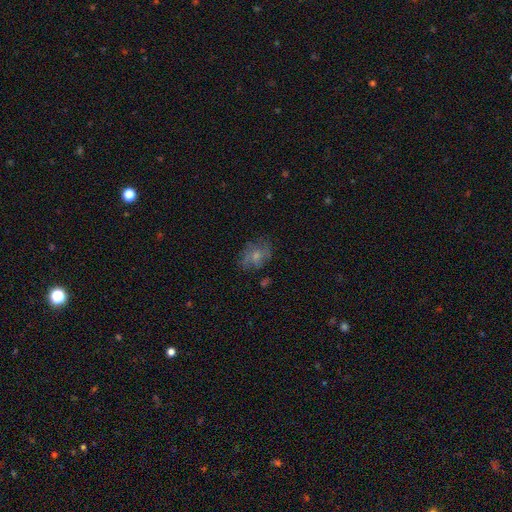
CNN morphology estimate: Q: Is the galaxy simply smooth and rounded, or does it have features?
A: smooth — 54%.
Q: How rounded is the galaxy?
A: in between — 55%.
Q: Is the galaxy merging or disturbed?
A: none — 60%.